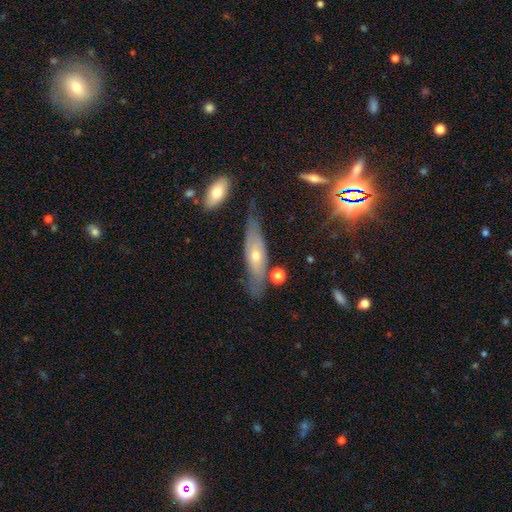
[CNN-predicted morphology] Smooth or featured?
  - featured or disk: 57% *
  - smooth: 33%
  - star or artifact: 10%
Edge-on disk?
  - yes: 52% *
  - no: 48%
Merging?
  - none: 68% *
  - minor disturbance: 21%
  - major disturbance: 6%
  - merger: 4%